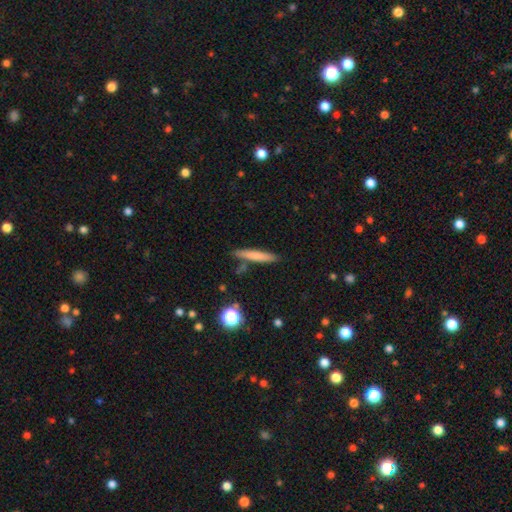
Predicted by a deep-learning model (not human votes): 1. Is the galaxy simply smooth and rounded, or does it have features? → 71% smooth, 22% featured or disk, 8% star or artifact.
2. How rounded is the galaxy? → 92% cigar-shaped, 6% in between, 2% round.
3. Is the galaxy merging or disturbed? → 81% none, 12% minor disturbance, 5% merger, 3% major disturbance.